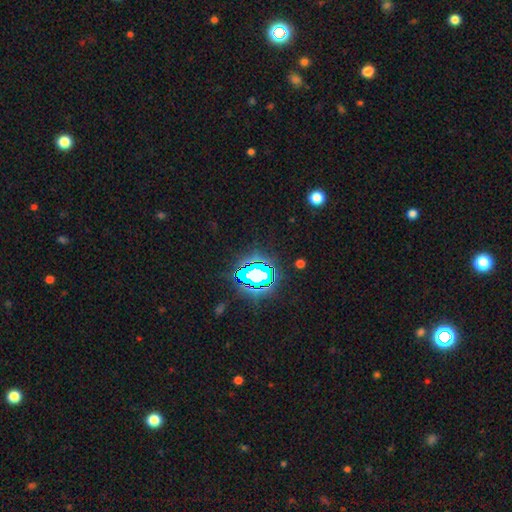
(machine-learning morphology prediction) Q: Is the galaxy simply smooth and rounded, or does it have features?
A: star or artifact — 80%.